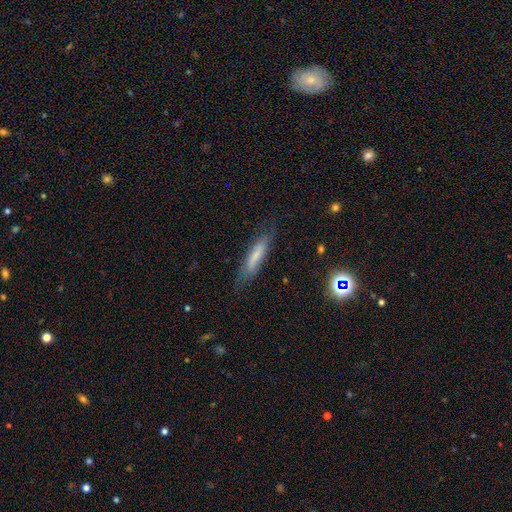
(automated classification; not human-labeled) smooth-or-featured: smooth: 61% | featured or disk: 29% | star or artifact: 9%
  how-rounded: cigar-shaped: 80% | in between: 18% | round: 2%
  merging: none: 72% | minor disturbance: 20% | major disturbance: 6% | merger: 2%